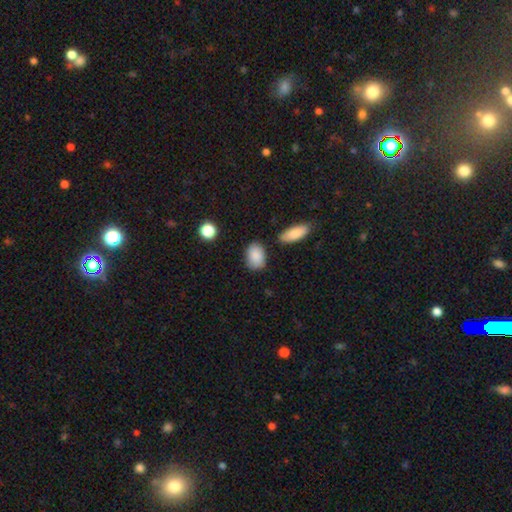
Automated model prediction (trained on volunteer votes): Smooth or featured? Predicted: smooth (p=0.87). How rounded? Predicted: in between (p=0.79). Merging? Predicted: none (p=0.78).